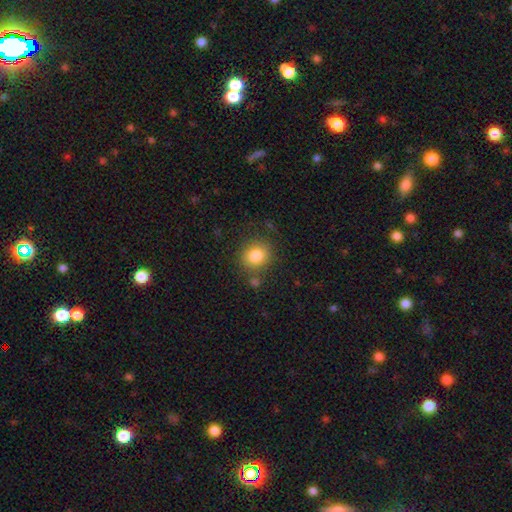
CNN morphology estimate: Q: Smooth or featured?
A: smooth (83%); runner-up: star or artifact (10%)
Q: How rounded?
A: round (75%); runner-up: in between (24%)
Q: Merging?
A: none (79%); runner-up: minor disturbance (12%)